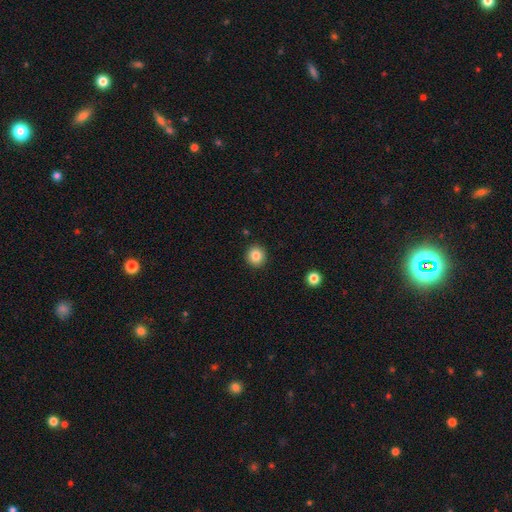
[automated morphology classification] Smooth or featured? smooth (85%)
How rounded? round (92%)
Merging? none (92%)